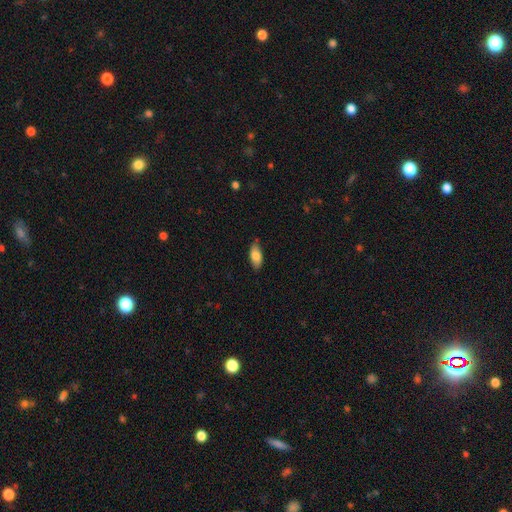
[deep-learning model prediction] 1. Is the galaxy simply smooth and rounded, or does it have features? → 81% smooth, 12% featured or disk, 7% star or artifact.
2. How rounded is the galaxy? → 88% in between, 10% cigar-shaped, 2% round.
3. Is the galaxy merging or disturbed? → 78% none, 18% minor disturbance, 3% major disturbance, 1% merger.